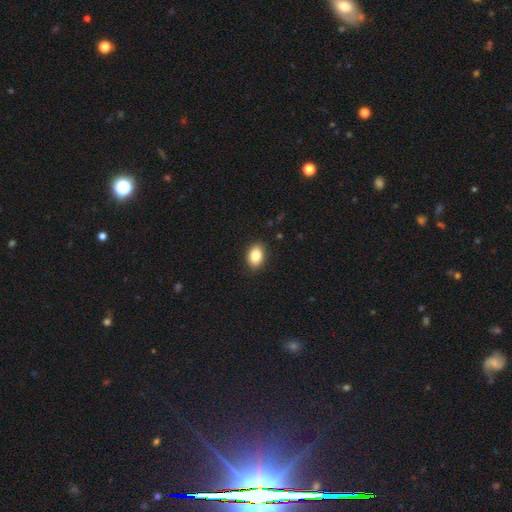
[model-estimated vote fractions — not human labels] A smooth galaxy with no disk features (85%) that is in between round and cigar-shaped (78%). Merging: none (90%).